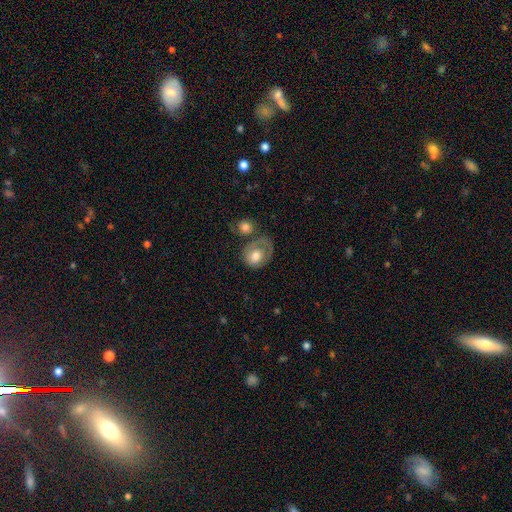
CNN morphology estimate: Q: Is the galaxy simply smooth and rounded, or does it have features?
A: smooth — 62%.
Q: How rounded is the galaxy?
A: round — 52%.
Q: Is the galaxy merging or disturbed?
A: none — 34%.